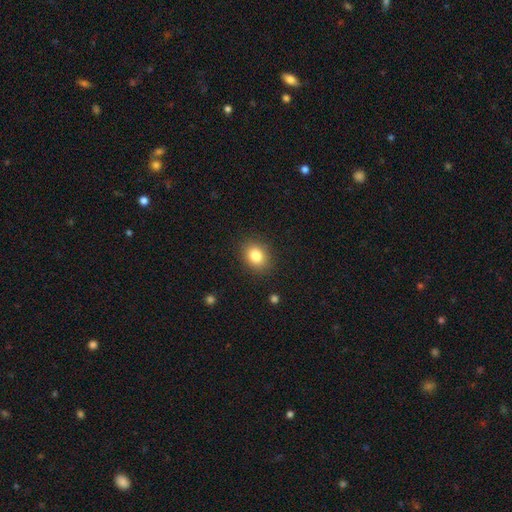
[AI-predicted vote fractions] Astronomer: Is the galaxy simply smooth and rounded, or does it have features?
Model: smooth — 83%.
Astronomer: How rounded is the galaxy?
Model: in between — 52% (runner-up: round, 47%).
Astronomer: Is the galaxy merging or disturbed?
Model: none — 87%.